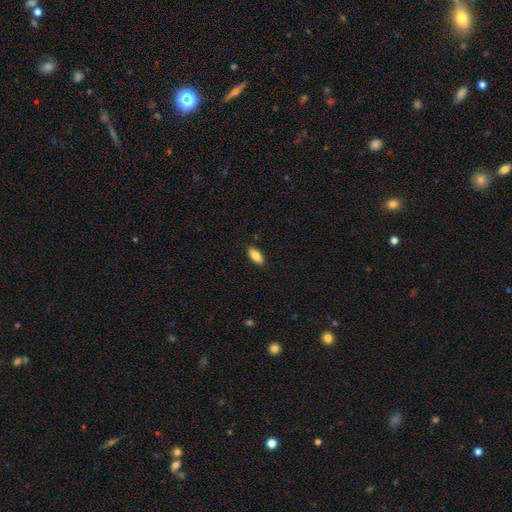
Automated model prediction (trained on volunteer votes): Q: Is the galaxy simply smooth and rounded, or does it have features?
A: smooth — 83%.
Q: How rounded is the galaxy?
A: in between — 87%.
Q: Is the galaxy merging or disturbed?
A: none — 89%.